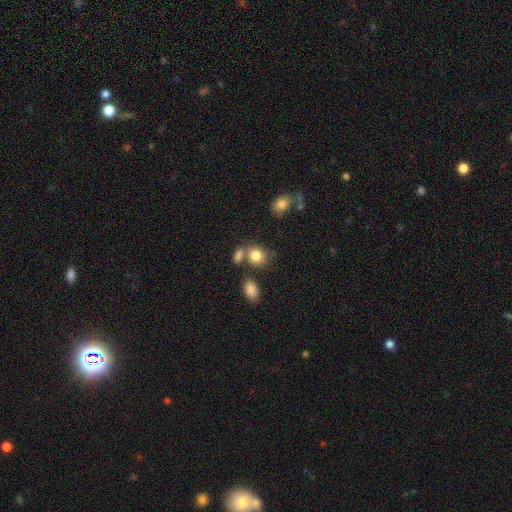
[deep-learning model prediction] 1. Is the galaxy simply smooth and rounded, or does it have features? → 83% smooth, 10% star or artifact, 7% featured or disk.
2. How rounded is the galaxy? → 61% round, 38% in between, 1% cigar-shaped.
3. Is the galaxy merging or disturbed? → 58% none, 24% merger, 13% minor disturbance, 5% major disturbance.